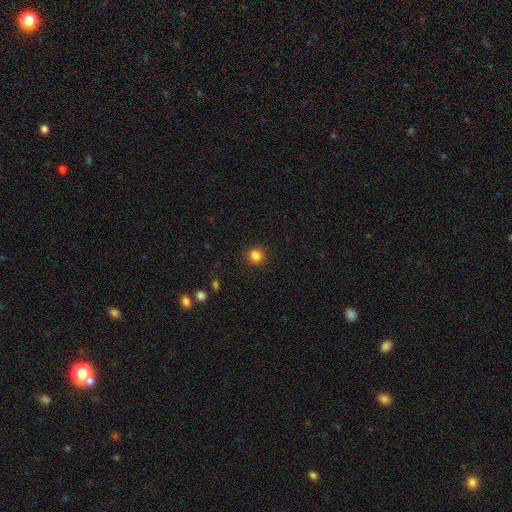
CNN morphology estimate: This appears to be a smooth galaxy with no disk features (85%) that is round (91%). Merging: none (91%).